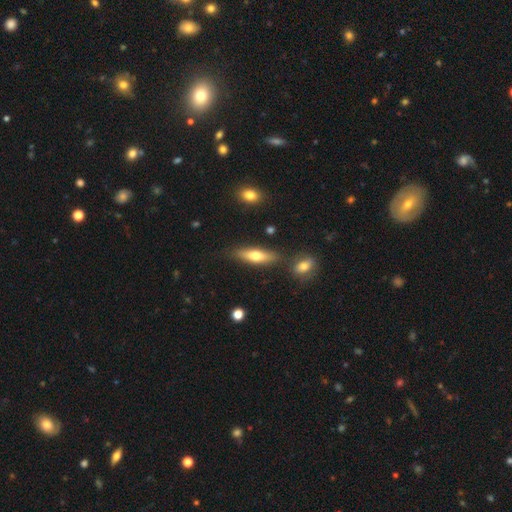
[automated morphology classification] A smooth galaxy with no disk features (59%) that is cigar-shaped (58%).

Vote fractions:
- Smooth or featured? smooth: 59% / featured or disk: 34% / star or artifact: 6%
- How rounded? cigar-shaped: 58% / in between: 39% / round: 3%
- Merging? none: 80% / minor disturbance: 11% / merger: 6% / major disturbance: 3%